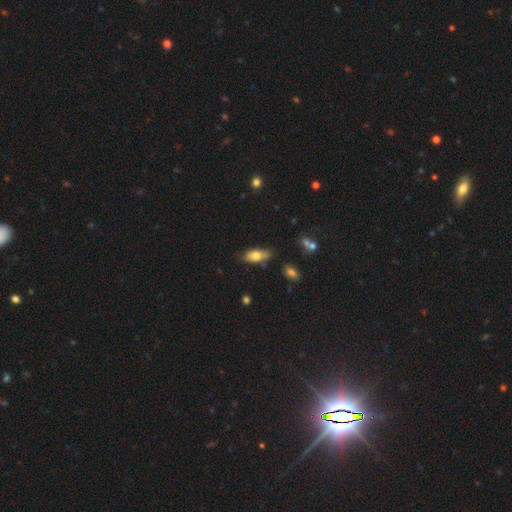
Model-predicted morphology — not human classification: smooth 74%, featured or disk 19%, star or artifact 7%. Down the decision tree: how rounded — in between (81%); merging — none (69%).